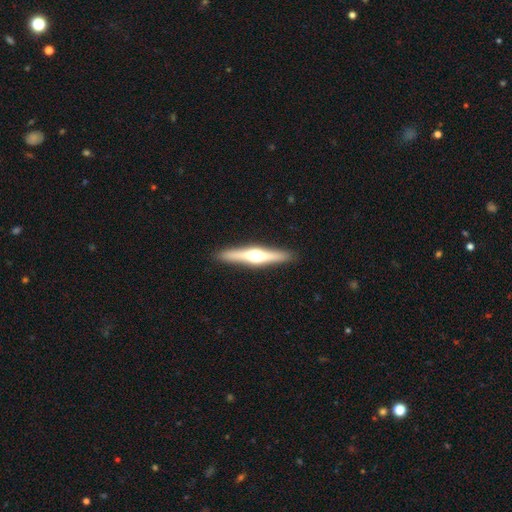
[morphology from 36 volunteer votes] Smooth or featured: featured or disk — 56% (smooth — 42%)
Edge-on disk: yes — 100%
Edge-on bulge: rounded — 95% (boxy — 5%)
Merging: none — 89% (minor disturbance — 6%)